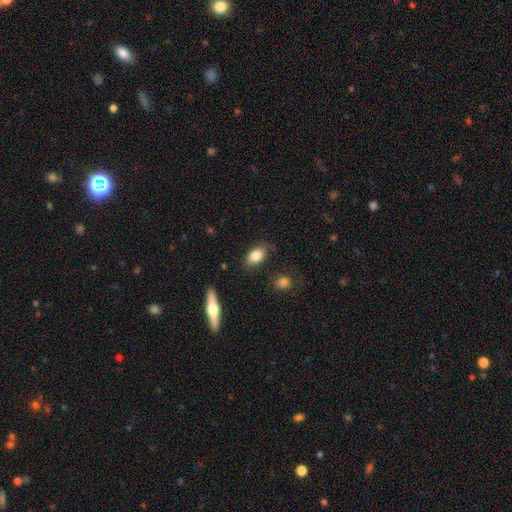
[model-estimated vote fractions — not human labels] smooth-or-featured: smooth: 81% | featured or disk: 11% | star or artifact: 7%
  how-rounded: in between: 88% | round: 8% | cigar-shaped: 4%
  merging: none: 78% | minor disturbance: 16% | major disturbance: 4% | merger: 2%